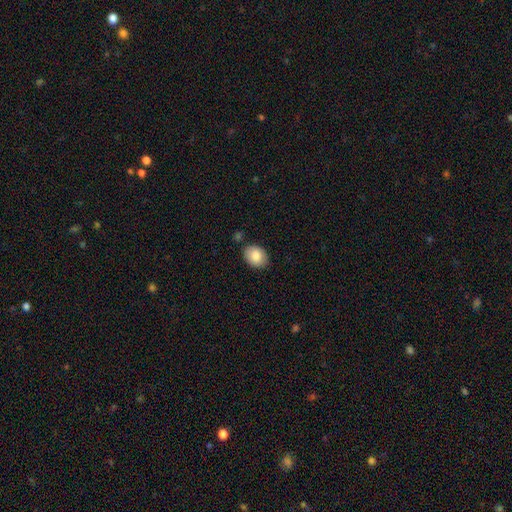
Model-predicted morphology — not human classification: type=smooth (84%); roundness=in between (72%); merging=none (83%).